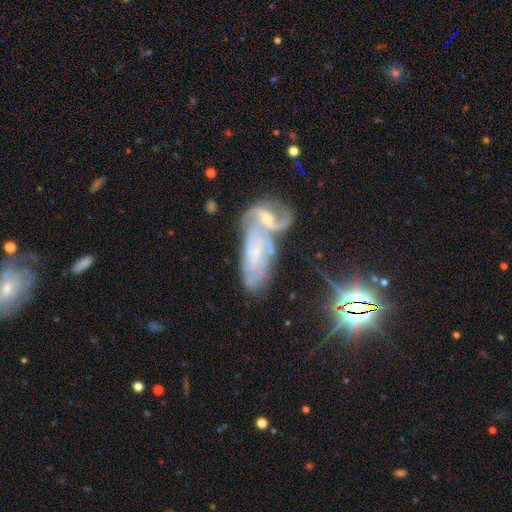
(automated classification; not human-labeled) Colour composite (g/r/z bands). It shows a featured or disk galaxy (72%) with no bar (56%), 2 (36%) medium (42%) spiral arms (85%) and a small central bulge (66%). Merging: merger (60%).